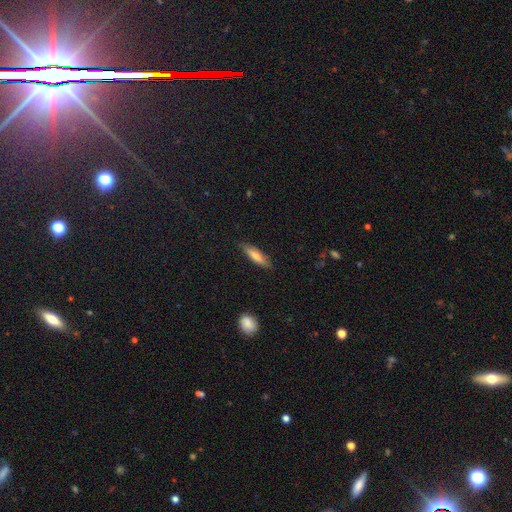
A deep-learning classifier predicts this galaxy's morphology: Overall: smooth (67%). How rounded: cigar-shaped (70%). Merging: none (84%).